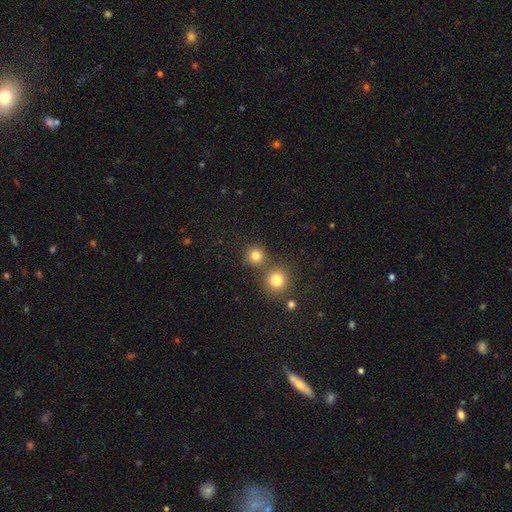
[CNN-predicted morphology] A smooth galaxy with no disk features (80%) that is round (91%).

Vote fractions:
- Smooth or featured? smooth: 80% / star or artifact: 14% / featured or disk: 6%
- How rounded? round: 91% / in between: 8% / cigar-shaped: 1%
- Merging? none: 68% / merger: 22% / minor disturbance: 7% / major disturbance: 3%